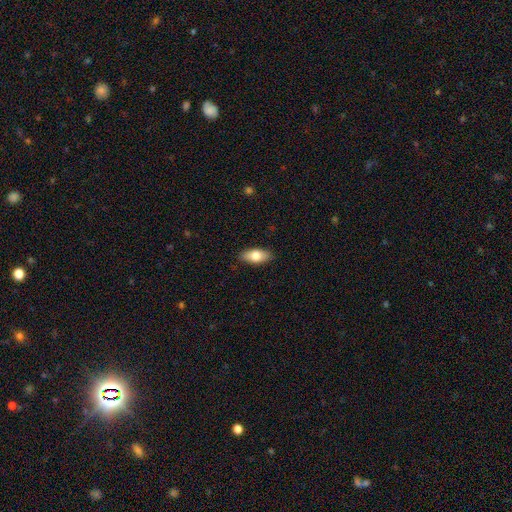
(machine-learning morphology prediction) The model was most divided on "smooth or featured": smooth: 75%, featured or disk: 19%, star or artifact: 6%. More confident: merging — none (87%); how rounded — in between (86%).